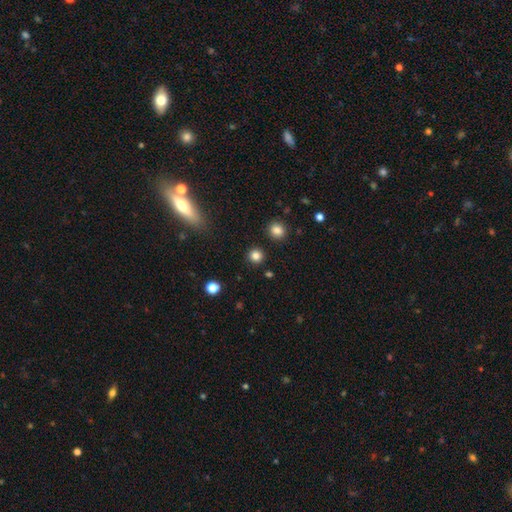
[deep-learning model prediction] smooth-or-featured: smooth: 83% | star or artifact: 13% | featured or disk: 4%
  how-rounded: round: 93% | in between: 6% | cigar-shaped: 1%
  merging: none: 91% | minor disturbance: 5% | merger: 2% | major disturbance: 2%